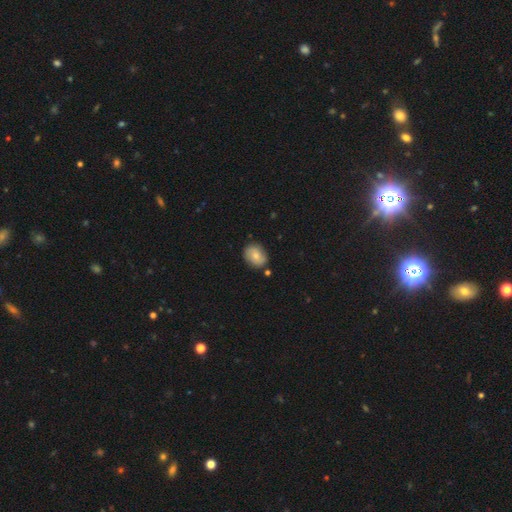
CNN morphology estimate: A smooth galaxy with no disk features (71%) that is in between round and cigar-shaped (66%).

Vote fractions:
- Smooth or featured? smooth: 71% / featured or disk: 22% / star or artifact: 8%
- How rounded? in between: 66% / round: 32% / cigar-shaped: 1%
- Merging? none: 80% / minor disturbance: 14% / merger: 3% / major disturbance: 3%